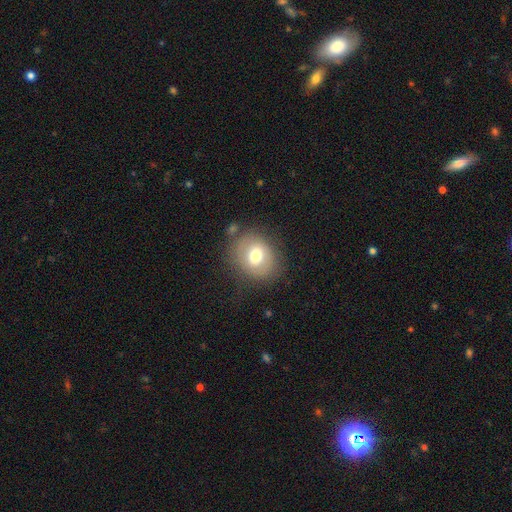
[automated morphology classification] This is likely a smooth galaxy (66%). How rounded: likely round (62%). Merging: likely none (74%).